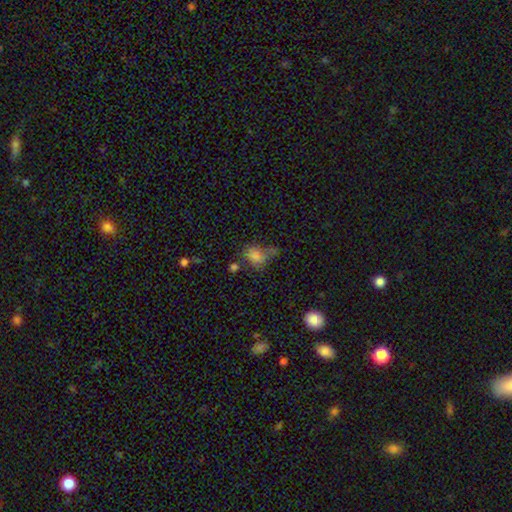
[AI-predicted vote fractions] Smooth or featured? Predicted: smooth (p=0.71). How rounded? Predicted: in between (p=0.59). Merging? Predicted: none (p=0.38).